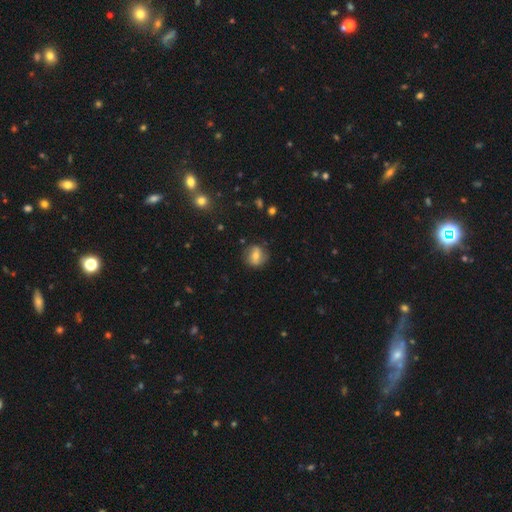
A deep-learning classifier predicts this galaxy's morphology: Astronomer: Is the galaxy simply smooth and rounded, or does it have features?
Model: smooth — 52% (runner-up: featured or disk, 39%).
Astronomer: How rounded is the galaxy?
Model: round — 75%.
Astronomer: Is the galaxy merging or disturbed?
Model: none — 79%.